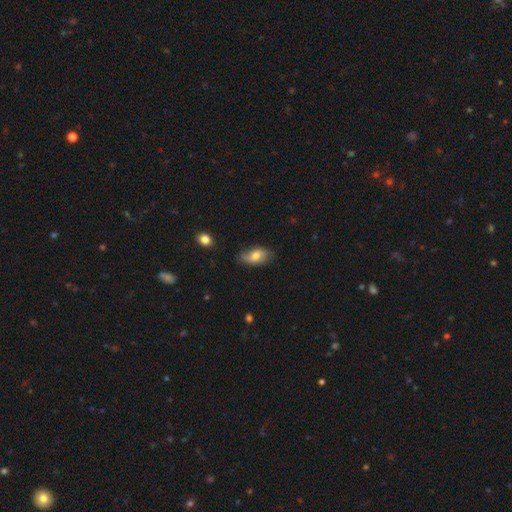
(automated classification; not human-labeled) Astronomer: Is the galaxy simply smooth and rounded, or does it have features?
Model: smooth — 60%.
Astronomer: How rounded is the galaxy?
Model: in between — 91%.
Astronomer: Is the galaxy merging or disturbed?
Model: none — 66%.